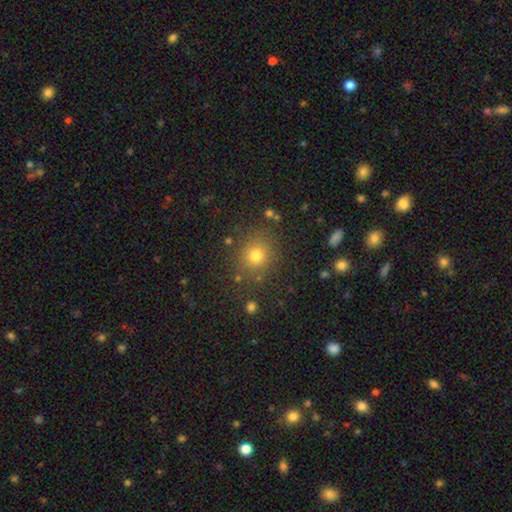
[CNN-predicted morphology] Smooth or featured: smooth — 74% (star or artifact — 18%)
How rounded: round — 85% (in between — 14%)
Merging: none — 84% (minor disturbance — 9%)